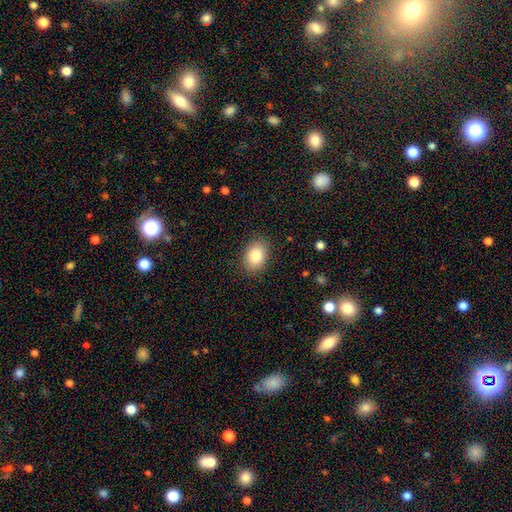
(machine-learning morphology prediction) Q: Smooth or featured?
A: smooth (85%); runner-up: star or artifact (8%)
Q: How rounded?
A: in between (77%); runner-up: round (22%)
Q: Merging?
A: none (87%); runner-up: minor disturbance (10%)